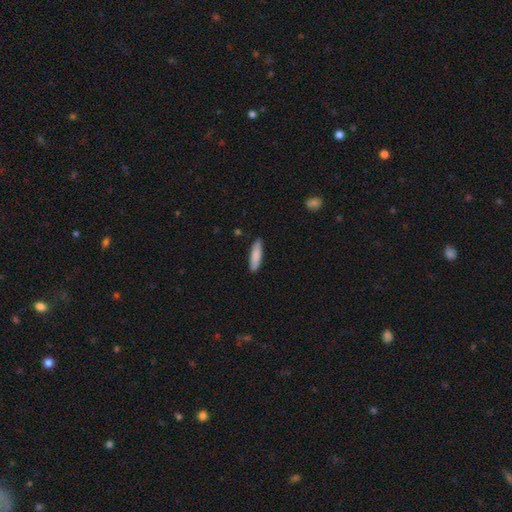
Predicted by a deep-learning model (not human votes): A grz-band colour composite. It shows a smooth galaxy with no disk features (84%) that is cigar-shaped (71%). Merging: none (87%).